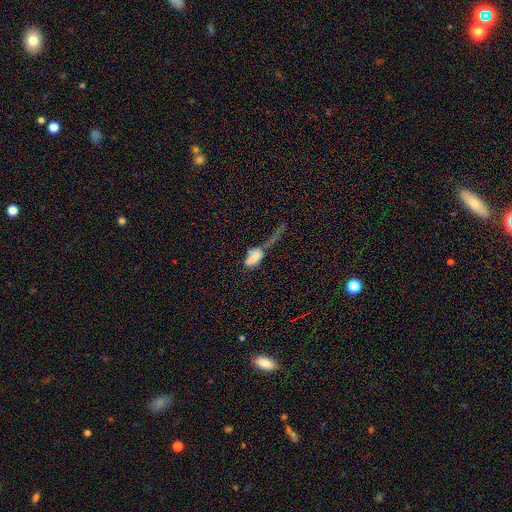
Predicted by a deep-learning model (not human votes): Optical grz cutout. It shows a smooth galaxy with no disk features (65%) that is in between round and cigar-shaped (85%). Merging: major disturbance (43%).